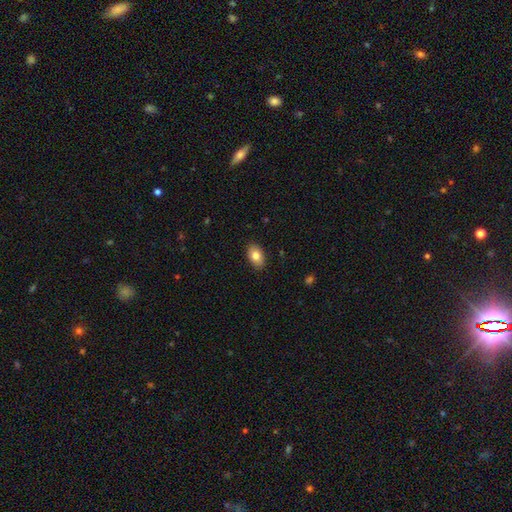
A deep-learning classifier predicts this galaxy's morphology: Overall: smooth (82%). How rounded: in between (90%). Merging: none (89%).